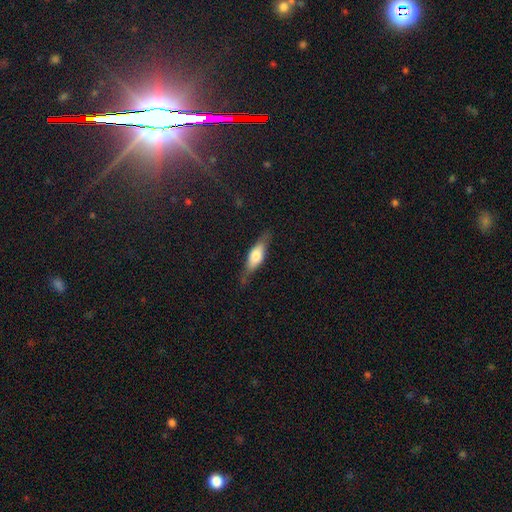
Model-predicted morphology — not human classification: Smooth or featured: smooth — 56% (featured or disk — 38%)
How rounded: in between — 54% (cigar-shaped — 43%)
Merging: none — 74% (minor disturbance — 20%)